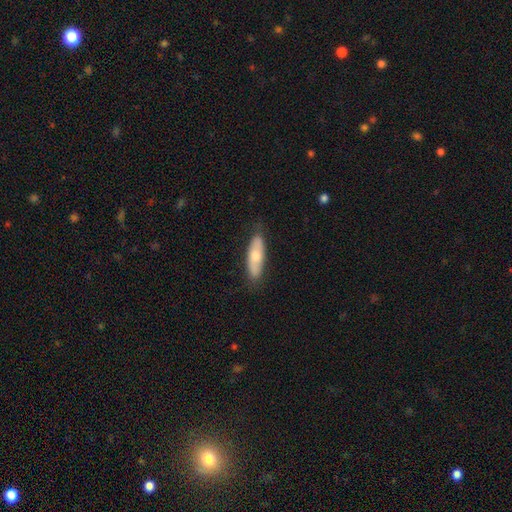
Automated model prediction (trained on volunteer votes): Smooth or featured: smooth — 61% (featured or disk — 34%)
How rounded: in between — 57% (cigar-shaped — 41%)
Merging: none — 81% (minor disturbance — 15%)